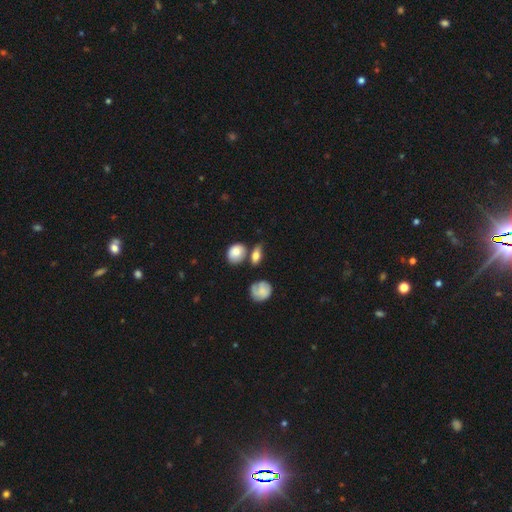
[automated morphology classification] Smooth or featured? Predicted: smooth (p=0.72). How rounded? Predicted: in between (p=0.69). Merging? Predicted: none (p=0.59).